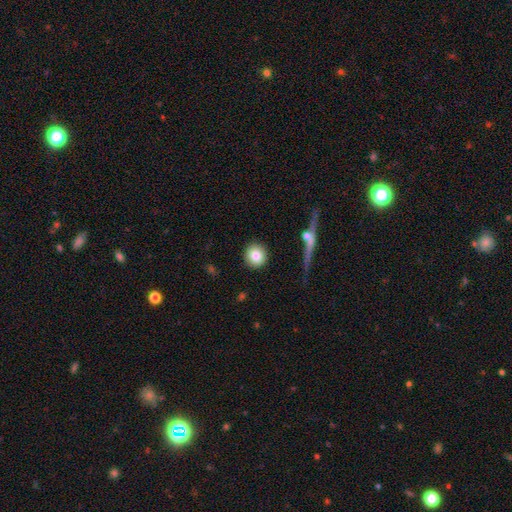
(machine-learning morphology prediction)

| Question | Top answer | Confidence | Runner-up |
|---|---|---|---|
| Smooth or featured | smooth | 82% | featured or disk (9%) |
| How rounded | round | 91% | in between (7%) |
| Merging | none | 89% | minor disturbance (6%) |